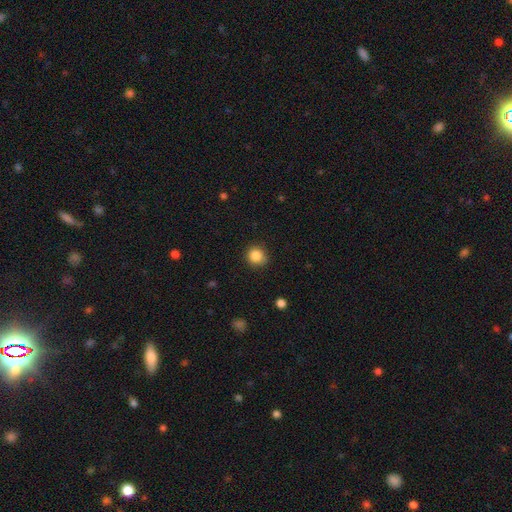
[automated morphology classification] smooth 86%, star or artifact 10%, featured or disk 4%. Down the decision tree: how rounded — round (88%); merging — none (85%).